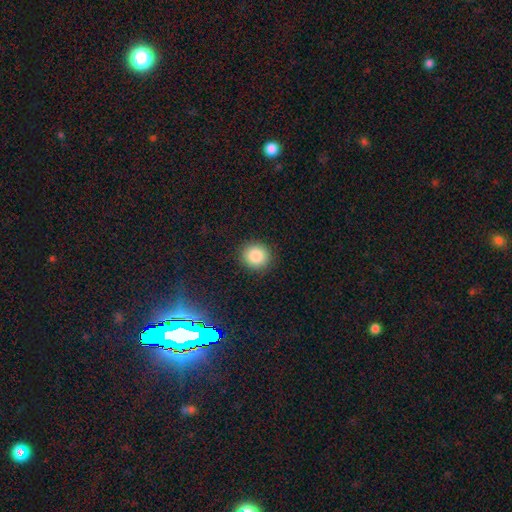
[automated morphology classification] Smooth or featured? smooth (86%)
How rounded? round (90%)
Merging? none (90%)